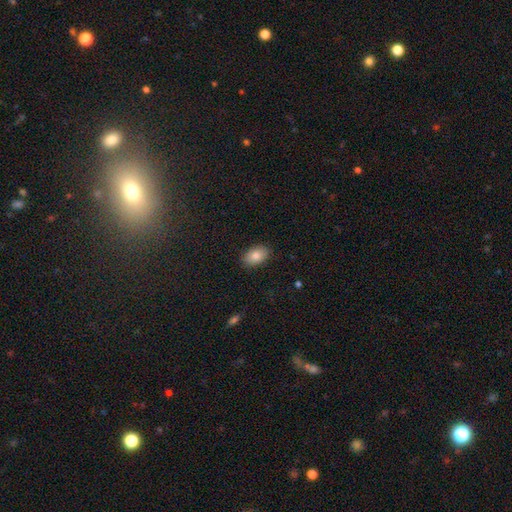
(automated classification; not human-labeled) smooth 84%, featured or disk 9%, star or artifact 8%. Down the decision tree: how rounded — in between (90%); merging — none (88%).